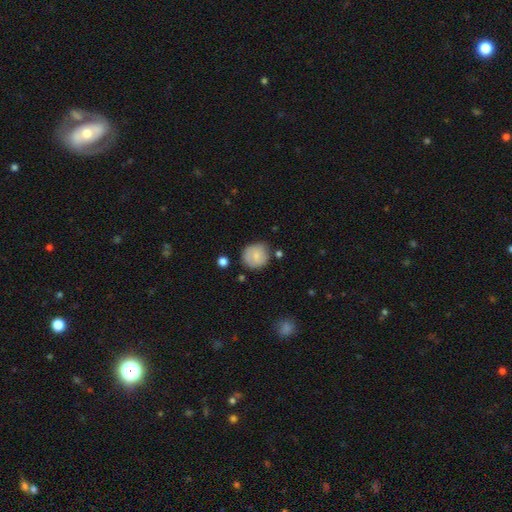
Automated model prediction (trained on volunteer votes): Overall: smooth (71%). How rounded: round (88%). Merging: none (73%).